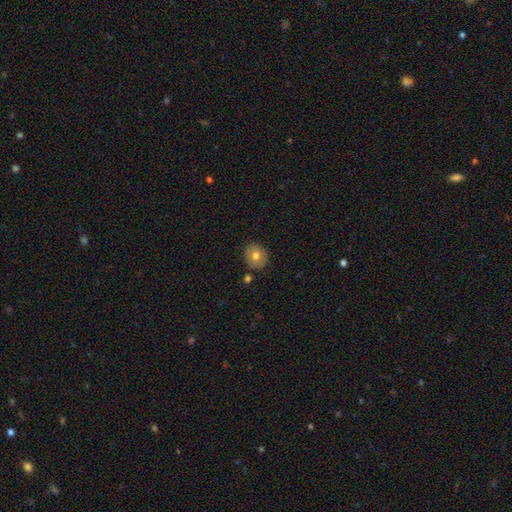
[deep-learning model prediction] smooth_or_featured: smooth (p=0.72) [alt: featured or disk p=0.19]
how_rounded: round (p=0.72) [alt: in between p=0.27]
merging: none (p=0.84) [alt: minor disturbance p=0.10]